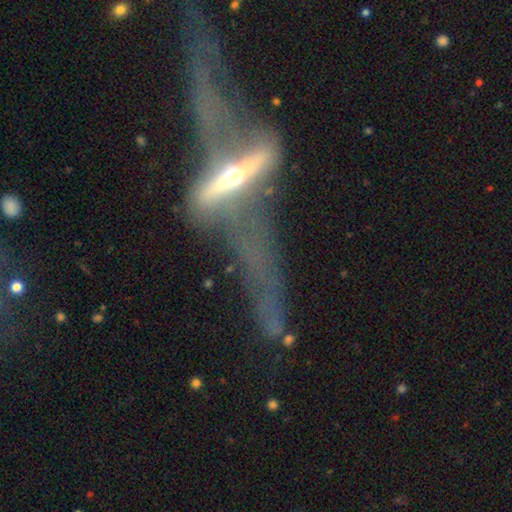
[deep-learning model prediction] smooth_or_featured: featured or disk (p=0.76) [alt: smooth p=0.16]
disk_edge_on: yes (p=0.72) [alt: no p=0.28]
edge_on_bulge: rounded (p=0.88) [alt: none p=0.06]
merging: major disturbance (p=0.40) [alt: none p=0.28]